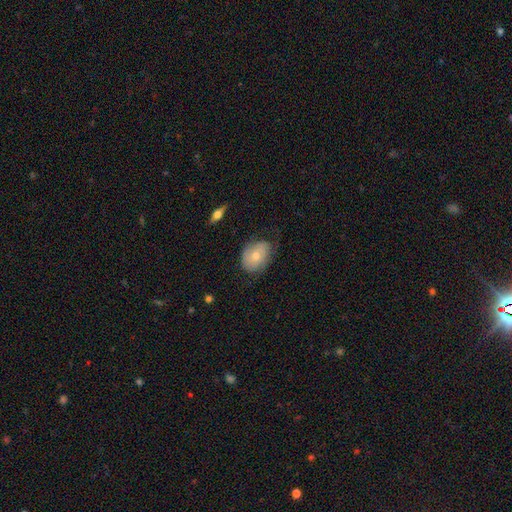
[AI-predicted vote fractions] The model was most divided on "merging": none: 57%, minor disturbance: 31%, major disturbance: 10%, merger: 2%. More confident: how rounded — in between (71%); smooth or featured — smooth (61%).